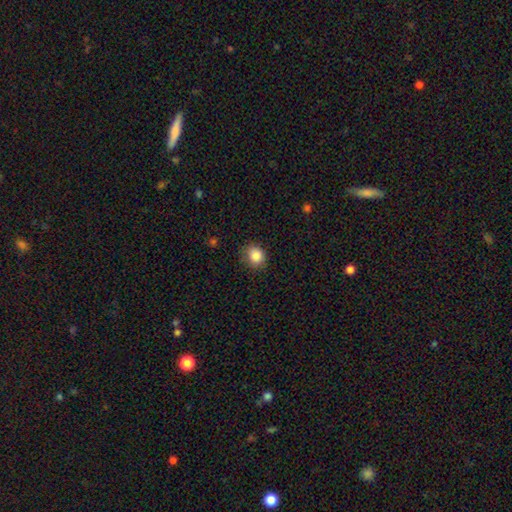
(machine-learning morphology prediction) Q: Smooth or featured?
A: smooth (86%); runner-up: star or artifact (10%)
Q: How rounded?
A: round (73%); runner-up: in between (26%)
Q: Merging?
A: none (79%); runner-up: minor disturbance (16%)